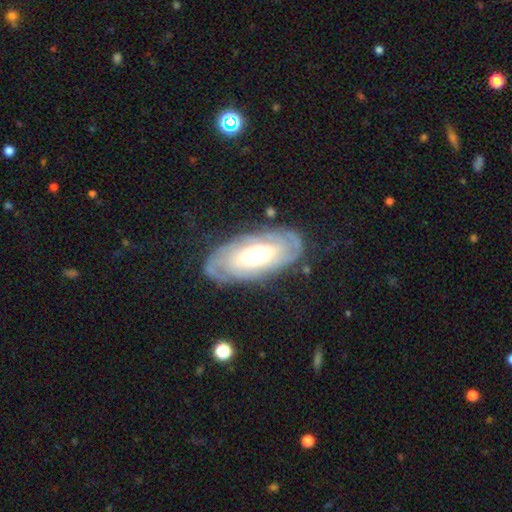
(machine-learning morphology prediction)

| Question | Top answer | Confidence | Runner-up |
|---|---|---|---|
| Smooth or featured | featured or disk | 74% | smooth (21%) |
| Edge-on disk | no | 91% | yes (9%) |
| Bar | no | 48% | weak (34%) |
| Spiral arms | yes | 85% | no (15%) |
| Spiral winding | tight | 66% | medium (25%) |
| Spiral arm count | can't tell | 49% | 2 (25%) |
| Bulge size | moderate | 58% | large (22%) |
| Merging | none | 75% | minor disturbance (17%) |